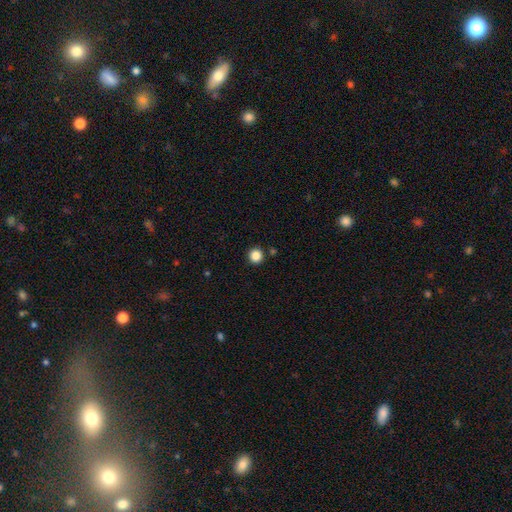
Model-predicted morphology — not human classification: Smooth or featured? Predicted: smooth (p=0.85). How rounded? Predicted: round (p=0.94). Merging? Predicted: none (p=0.90).